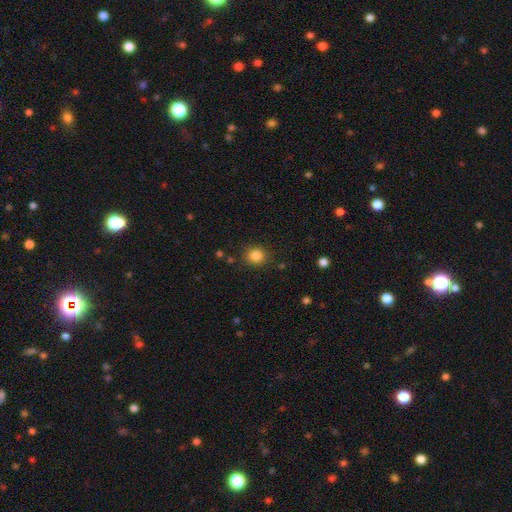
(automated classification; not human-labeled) smooth_or_featured: smooth (p=0.85) [alt: star or artifact p=0.11]
how_rounded: round (p=0.82) [alt: in between p=0.17]
merging: none (p=0.85) [alt: minor disturbance p=0.09]